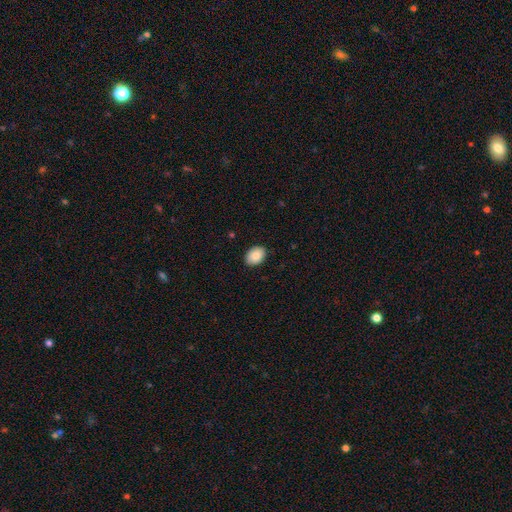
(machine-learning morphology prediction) Smooth or featured? Predicted: smooth (p=0.87). How rounded? Predicted: in between (p=0.74). Merging? Predicted: none (p=0.88).